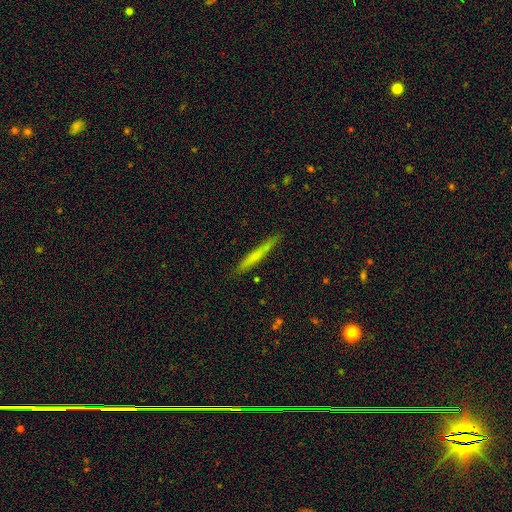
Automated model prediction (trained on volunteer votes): Q: Smooth or featured?
A: smooth (60%); runner-up: featured or disk (33%)
Q: How rounded?
A: cigar-shaped (96%); runner-up: in between (2%)
Q: Merging?
A: none (88%); runner-up: minor disturbance (9%)